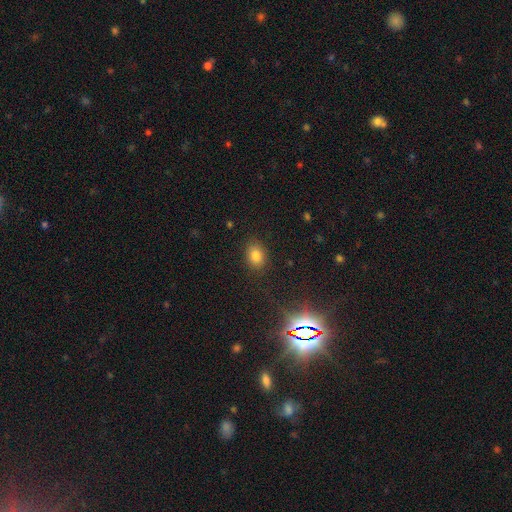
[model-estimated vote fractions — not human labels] Morphology: type=smooth (79%); roundness=in between (66%); merging=none (85%).